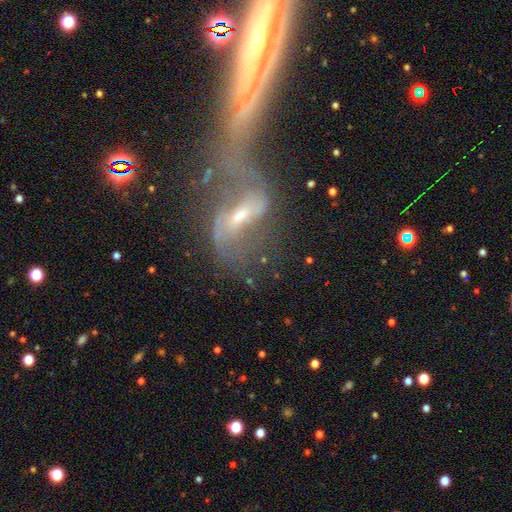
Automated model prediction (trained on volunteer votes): smooth-or-featured: featured or disk: 71% | smooth: 14% | star or artifact: 14%
  disk-edge-on: no: 70% | yes: 30%
    bar: strong: 36% | weak: 34% | no: 30%
    has-spiral-arms: yes: 70% | no: 30%
    bulge-size: small: 54% | moderate: 36% | none: 5% | large: 3% | dominant: 2%
  merging: merger: 50% | none: 24% | major disturbance: 14% | minor disturbance: 12%